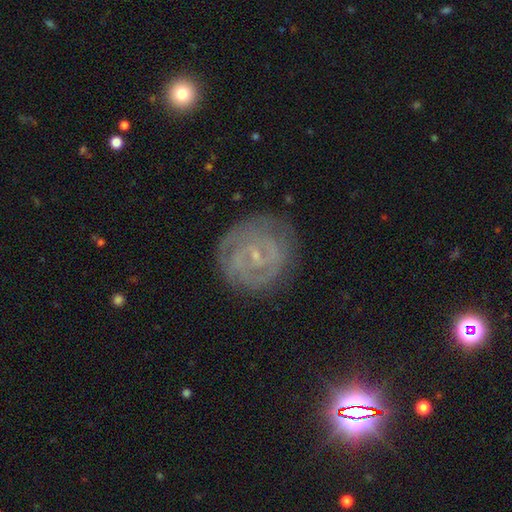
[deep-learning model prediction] Overall: featured or disk (78%). Edge-on disk: no (97%). Bar: no (43%; weak 42%). Spiral arms: yes (92%). Spiral arm count: 2 (38%; can't tell 30%). Spiral winding: tight (73%). Bulge size: small (80%). Merging: none (79%).